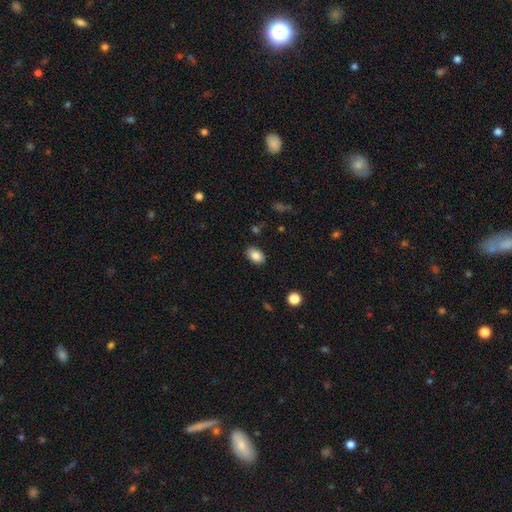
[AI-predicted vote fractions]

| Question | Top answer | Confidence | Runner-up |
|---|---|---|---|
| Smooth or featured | smooth | 84% | star or artifact (8%) |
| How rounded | in between | 87% | round (12%) |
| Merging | none | 87% | minor disturbance (10%) |